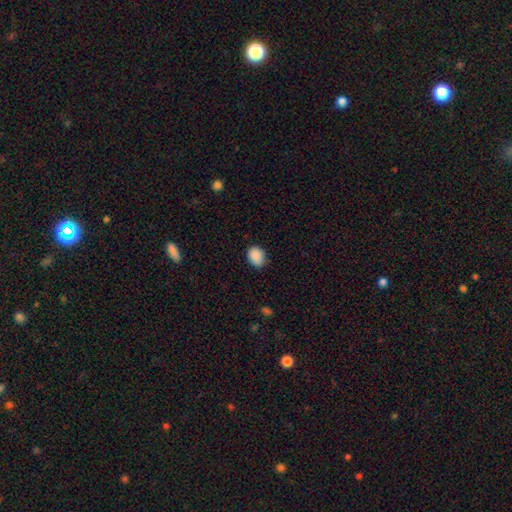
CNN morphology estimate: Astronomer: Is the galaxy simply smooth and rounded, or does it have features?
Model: smooth — 89%.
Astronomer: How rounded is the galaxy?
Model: in between — 56% (runner-up: round, 43%).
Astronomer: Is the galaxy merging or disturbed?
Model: none — 78%.